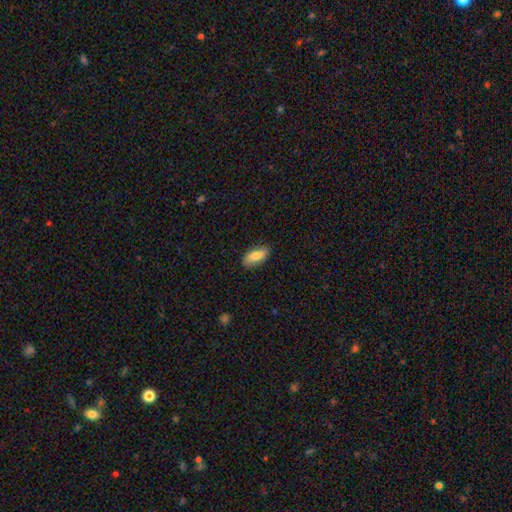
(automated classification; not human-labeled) This is likely a smooth galaxy (79%). How rounded: clearly in between (85%). Merging: clearly none (81%).